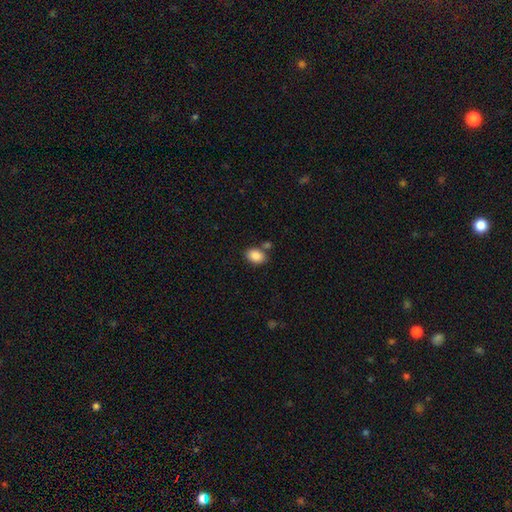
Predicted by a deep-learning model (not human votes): smooth-or-featured: smooth: 88% | star or artifact: 8% | featured or disk: 4%
  how-rounded: in between: 77% | round: 22% | cigar-shaped: 1%
  merging: none: 72% | merger: 13% | minor disturbance: 12% | major disturbance: 4%